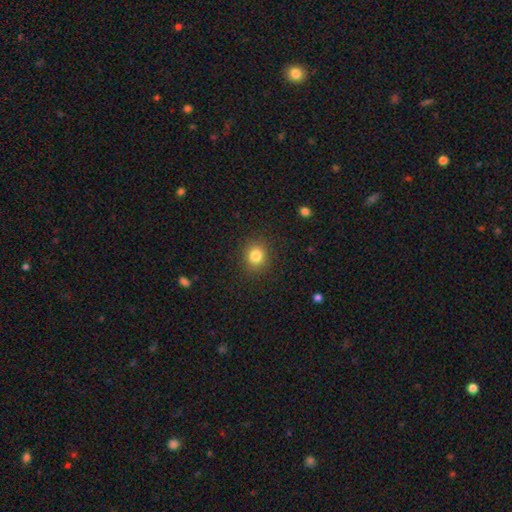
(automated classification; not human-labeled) Q: Smooth or featured?
A: smooth (82%); runner-up: star or artifact (11%)
Q: How rounded?
A: round (80%); runner-up: in between (19%)
Q: Merging?
A: none (89%); runner-up: minor disturbance (7%)